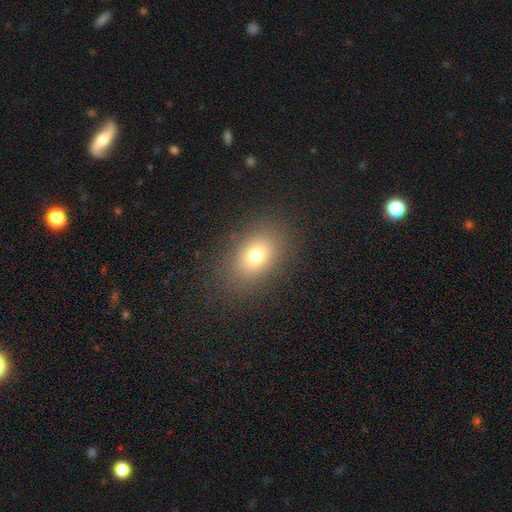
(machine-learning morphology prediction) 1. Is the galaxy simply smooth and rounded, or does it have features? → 74% smooth, 14% star or artifact, 13% featured or disk.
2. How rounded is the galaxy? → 74% in between, 25% round, 2% cigar-shaped.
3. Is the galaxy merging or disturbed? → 85% none, 9% minor disturbance, 4% major disturbance, 1% merger.